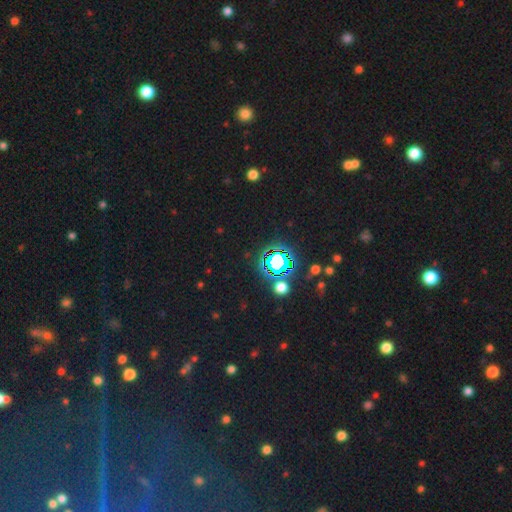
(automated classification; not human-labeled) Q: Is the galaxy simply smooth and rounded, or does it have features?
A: star or artifact — 81%.